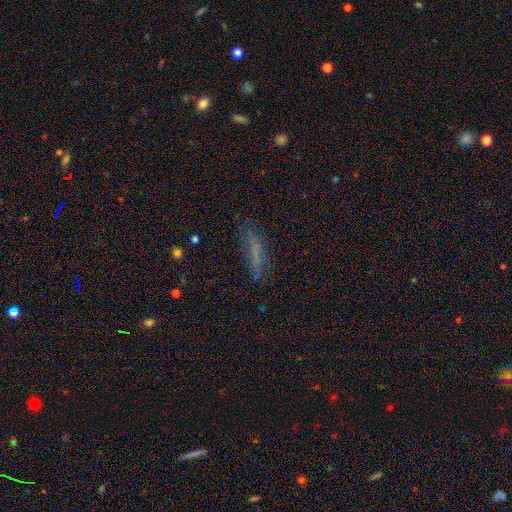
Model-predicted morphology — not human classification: Smooth or featured: smooth — 59% (featured or disk — 23%)
How rounded: cigar-shaped — 76% (in between — 21%)
Merging: none — 66% (minor disturbance — 22%)